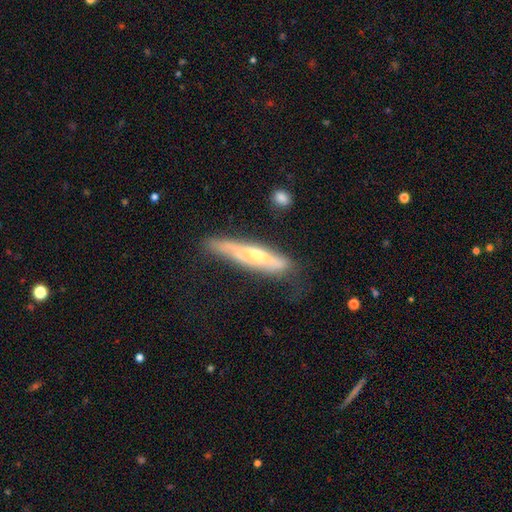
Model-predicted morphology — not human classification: Smooth or featured: featured or disk — 59% (smooth — 35%)
Edge-on disk: yes — 73% (no — 27%)
Merging: none — 56% (minor disturbance — 29%)